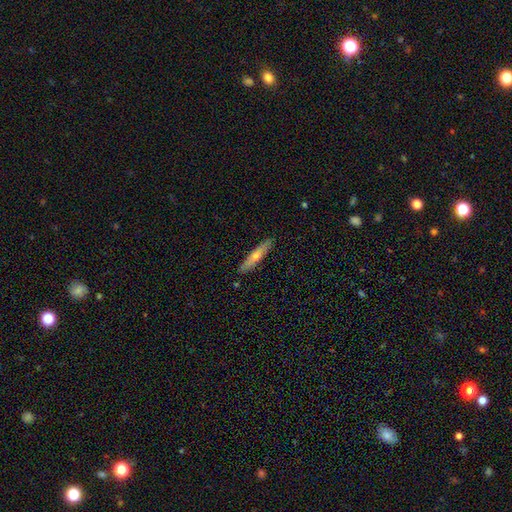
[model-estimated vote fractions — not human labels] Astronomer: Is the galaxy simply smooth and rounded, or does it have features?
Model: smooth — 50% (runner-up: featured or disk, 43%).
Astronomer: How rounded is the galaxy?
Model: cigar-shaped — 90%.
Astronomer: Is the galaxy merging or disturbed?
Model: none — 89%.